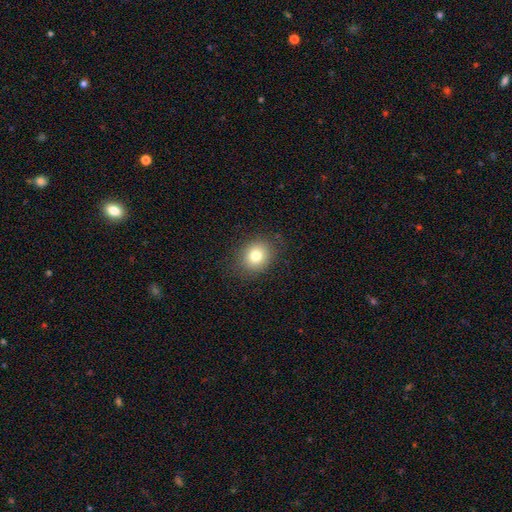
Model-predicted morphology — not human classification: type=smooth (80%); roundness=round (68%); merging=none (87%).